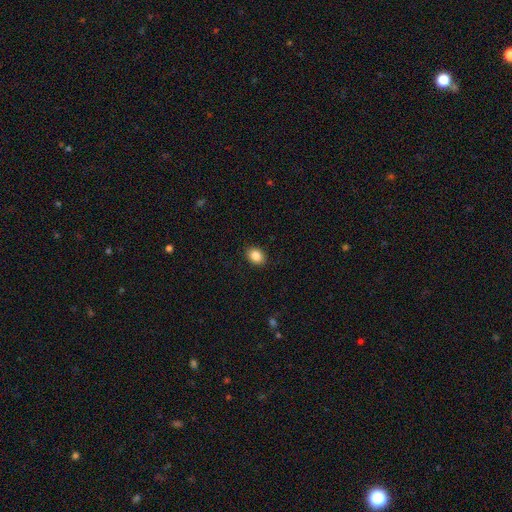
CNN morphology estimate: Smooth or featured?
  - smooth: 86% *
  - star or artifact: 9%
  - featured or disk: 5%
How rounded?
  - in between: 64% *
  - round: 35%
  - cigar-shaped: 1%
Merging?
  - none: 90% *
  - minor disturbance: 7%
  - major disturbance: 2%
  - merger: 1%